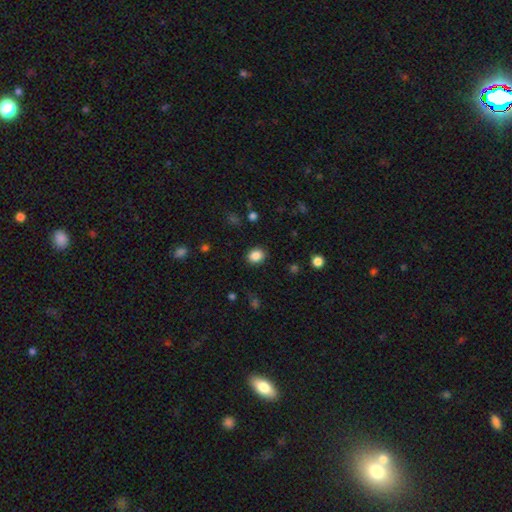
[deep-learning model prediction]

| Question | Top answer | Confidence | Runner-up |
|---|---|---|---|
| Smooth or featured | smooth | 86% | star or artifact (10%) |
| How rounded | round | 63% | in between (36%) |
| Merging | none | 89% | minor disturbance (7%) |